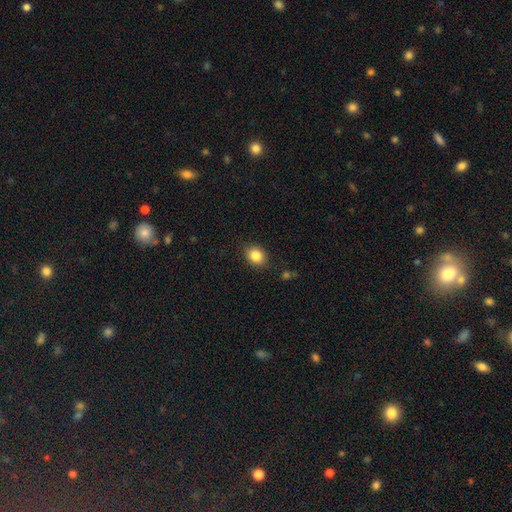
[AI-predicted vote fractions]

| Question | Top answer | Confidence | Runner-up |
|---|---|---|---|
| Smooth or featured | smooth | 86% | star or artifact (9%) |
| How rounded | round | 52% | in between (47%) |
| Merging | none | 86% | minor disturbance (10%) |